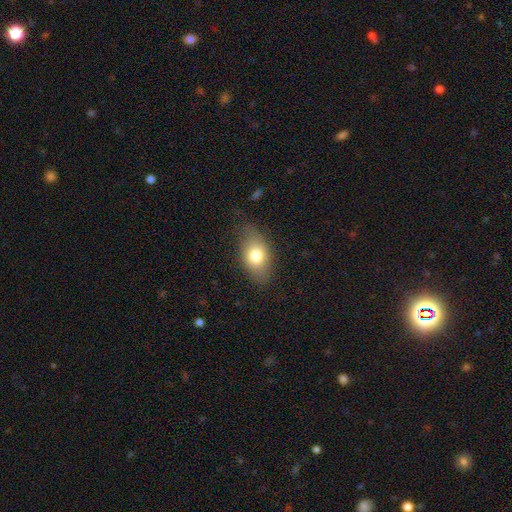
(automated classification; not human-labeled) Smooth or featured? smooth (76%)
How rounded? in between (85%)
Merging? none (73%)